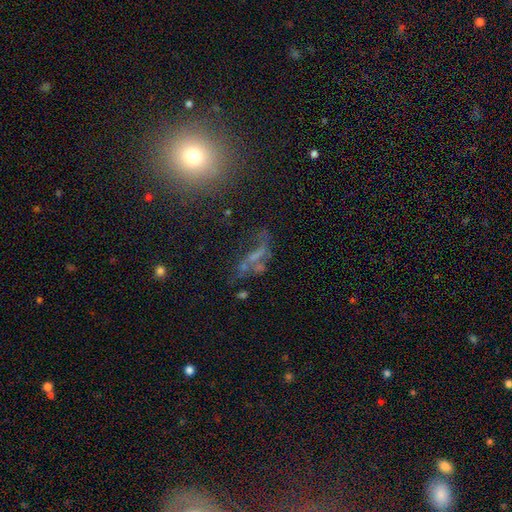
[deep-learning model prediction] Smooth or featured: featured or disk — 41% (star or artifact — 30%)
Merging: none — 37% (major disturbance — 30%)